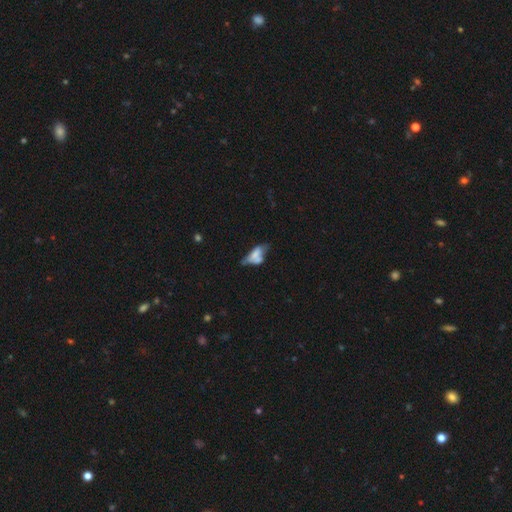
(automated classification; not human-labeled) smooth-or-featured: smooth: 52% | featured or disk: 37% | star or artifact: 11%
  how-rounded: in between: 74% | cigar-shaped: 21% | round: 5%
  merging: merger: 34% | none: 26% | minor disturbance: 20% | major disturbance: 19%